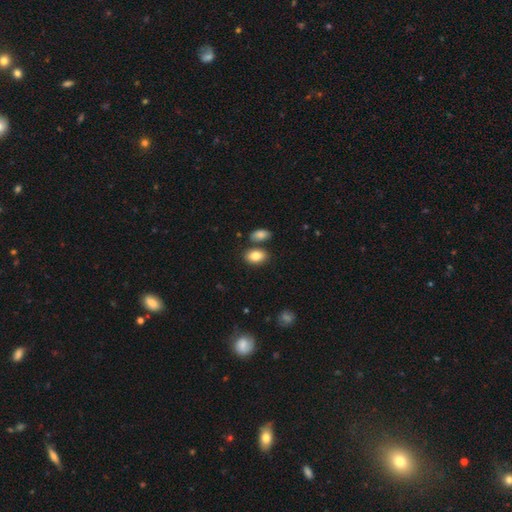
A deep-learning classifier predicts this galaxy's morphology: type=smooth (83%); roundness=in between (87%); merging=none (71%).